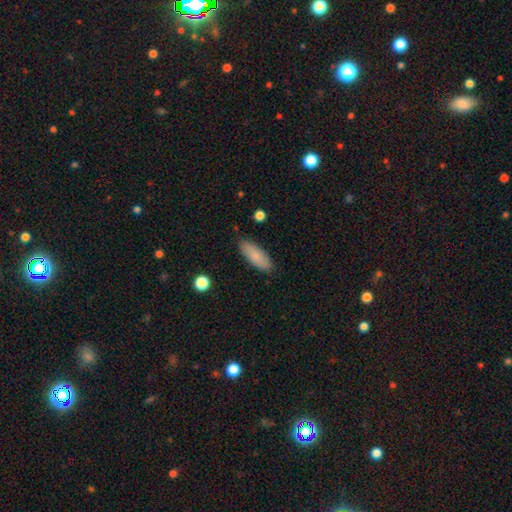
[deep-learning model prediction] Q: Smooth or featured?
A: smooth (84%); runner-up: featured or disk (10%)
Q: How rounded?
A: in between (71%); runner-up: cigar-shaped (28%)
Q: Merging?
A: none (87%); runner-up: minor disturbance (10%)